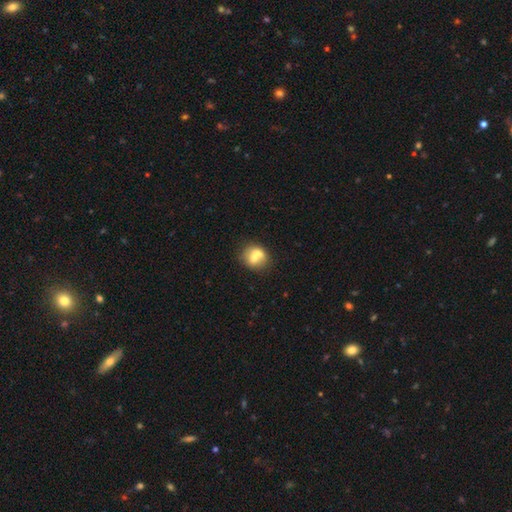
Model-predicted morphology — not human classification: smooth 66%, featured or disk 26%, star or artifact 8%. Down the decision tree: how rounded — round (72%); merging — none (48%).